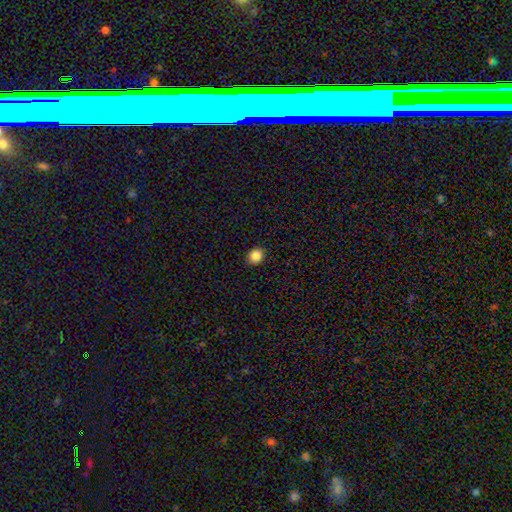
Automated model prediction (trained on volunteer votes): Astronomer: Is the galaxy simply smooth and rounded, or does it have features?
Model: smooth — 86%.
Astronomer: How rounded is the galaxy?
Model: round — 68%.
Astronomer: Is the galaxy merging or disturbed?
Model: none — 91%.